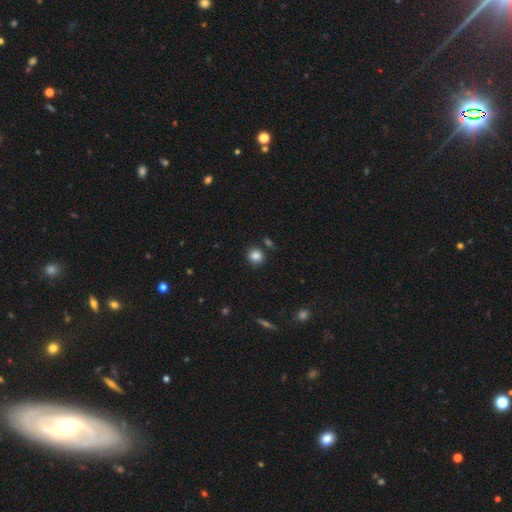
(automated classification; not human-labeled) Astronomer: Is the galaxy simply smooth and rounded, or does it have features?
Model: smooth — 85%.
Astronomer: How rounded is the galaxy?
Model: round — 84%.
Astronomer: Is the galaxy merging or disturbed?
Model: none — 83%.